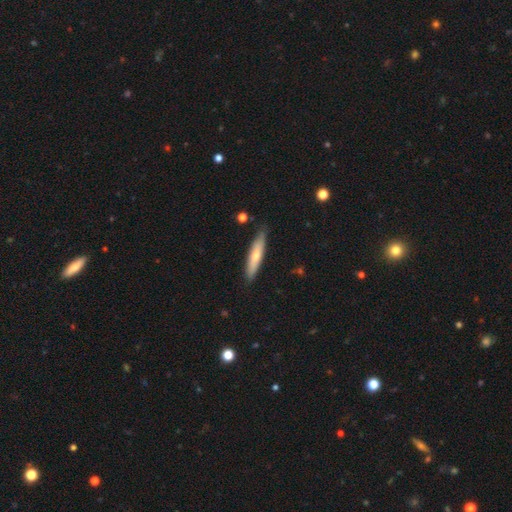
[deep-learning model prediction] A smooth galaxy with no disk features (62%) that is cigar-shaped (82%).

Vote fractions:
- Smooth or featured? smooth: 62% / featured or disk: 33% / star or artifact: 5%
- How rounded? cigar-shaped: 82% / in between: 17% / round: 1%
- Merging? none: 84% / minor disturbance: 13% / major disturbance: 2% / merger: 1%